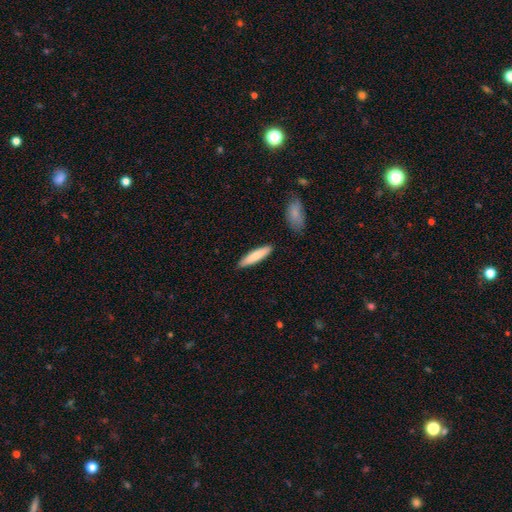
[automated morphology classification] A smooth galaxy with no disk features (79%) that is cigar-shaped (78%).

Vote fractions:
- Smooth or featured? smooth: 79% / featured or disk: 16% / star or artifact: 5%
- How rounded? cigar-shaped: 78% / in between: 20% / round: 1%
- Merging? none: 88% / minor disturbance: 8% / merger: 2% / major disturbance: 2%